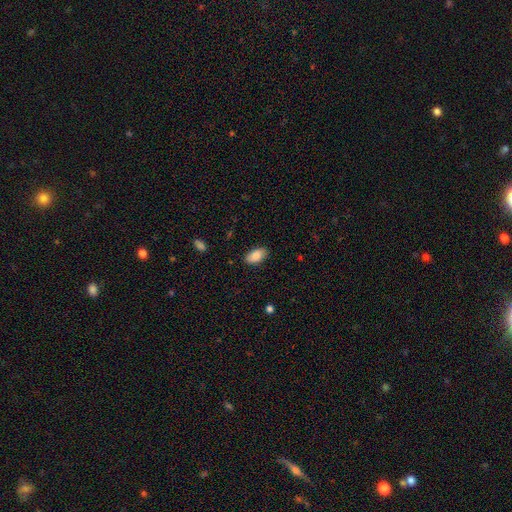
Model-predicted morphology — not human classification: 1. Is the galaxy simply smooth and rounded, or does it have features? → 86% smooth, 7% featured or disk, 7% star or artifact.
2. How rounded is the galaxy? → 94% in between, 3% round, 3% cigar-shaped.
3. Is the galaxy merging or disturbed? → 86% none, 11% minor disturbance, 2% major disturbance, 1% merger.